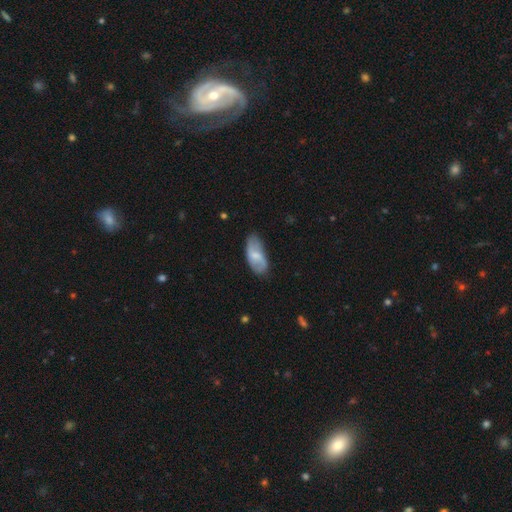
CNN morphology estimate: type=smooth (52%); roundness=in between (90%); merging=none (70%).